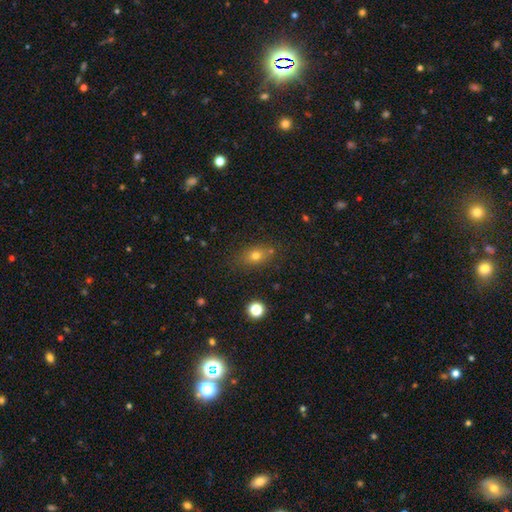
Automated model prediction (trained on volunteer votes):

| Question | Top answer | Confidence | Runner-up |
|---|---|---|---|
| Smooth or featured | smooth | 70% | star or artifact (16%) |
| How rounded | in between | 66% | round (29%) |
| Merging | none | 76% | minor disturbance (14%) |